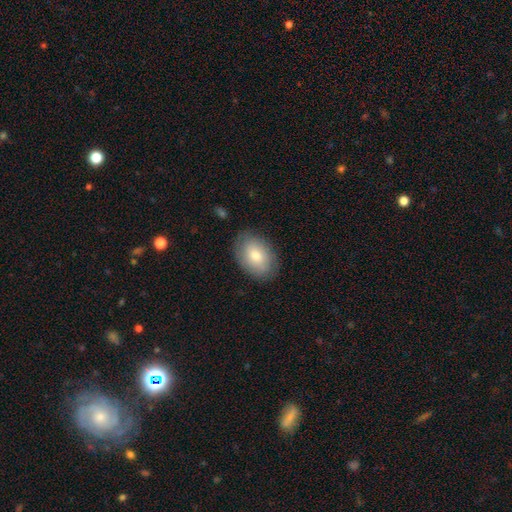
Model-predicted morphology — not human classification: Smooth or featured? Predicted: smooth (p=0.75). How rounded? Predicted: in between (p=0.84). Merging? Predicted: none (p=0.83).